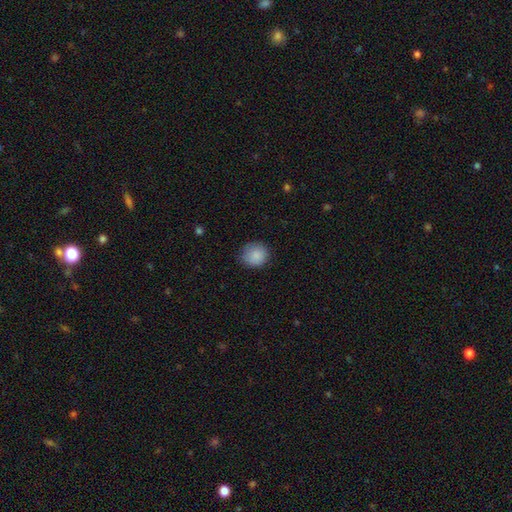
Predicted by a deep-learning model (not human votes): Smooth or featured?
  - smooth: 87% *
  - star or artifact: 8%
  - featured or disk: 5%
How rounded?
  - round: 87% *
  - in between: 12%
  - cigar-shaped: 1%
Merging?
  - none: 78% *
  - minor disturbance: 17%
  - major disturbance: 3%
  - merger: 1%